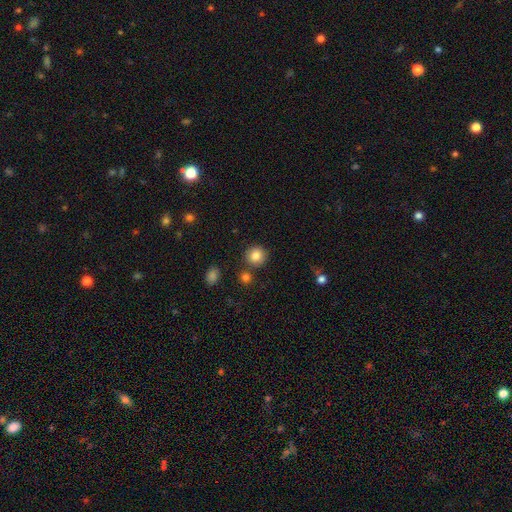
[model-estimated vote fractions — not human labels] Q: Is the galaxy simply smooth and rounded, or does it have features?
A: smooth — 84%.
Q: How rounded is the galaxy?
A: round — 91%.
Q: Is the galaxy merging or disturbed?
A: none — 83%.